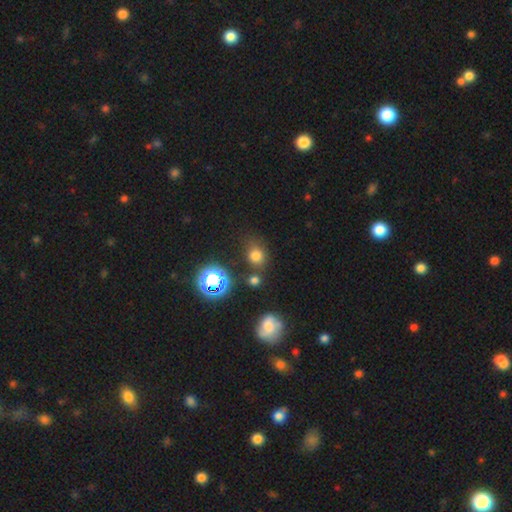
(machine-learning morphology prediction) Smooth or featured?
  - smooth: 71% *
  - star or artifact: 22%
  - featured or disk: 7%
How rounded?
  - round: 69% *
  - in between: 30%
  - cigar-shaped: 1%
Merging?
  - none: 71% *
  - minor disturbance: 14%
  - merger: 9%
  - major disturbance: 5%